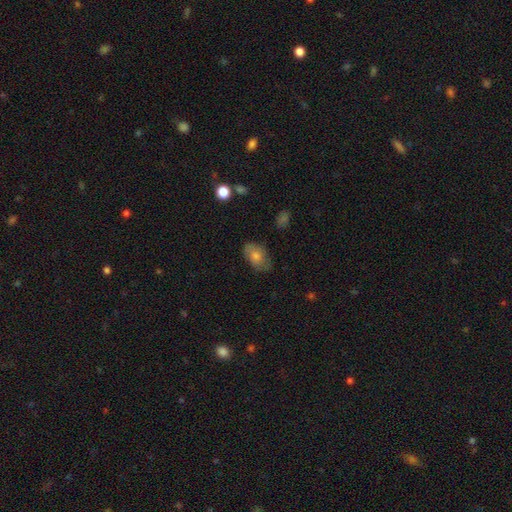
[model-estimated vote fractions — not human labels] Smooth or featured? Predicted: smooth (p=0.66). How rounded? Predicted: in between (p=0.85). Merging? Predicted: none (p=0.75).